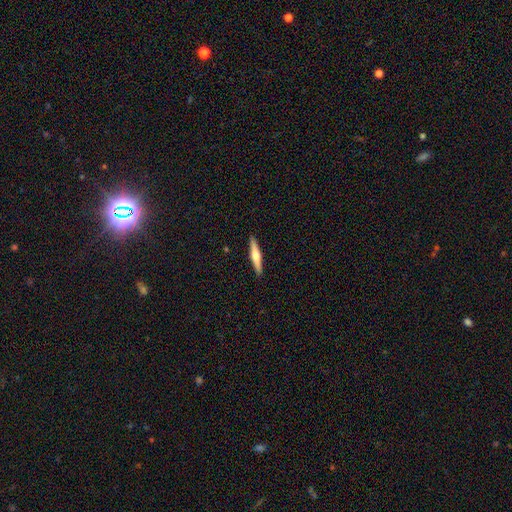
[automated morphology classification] A smooth galaxy with no disk features (48%).

Vote fractions:
- Smooth or featured? smooth: 48% / featured or disk: 47% / star or artifact: 5%
- Merging? none: 91% / minor disturbance: 6% / major disturbance: 1% / merger: 1%